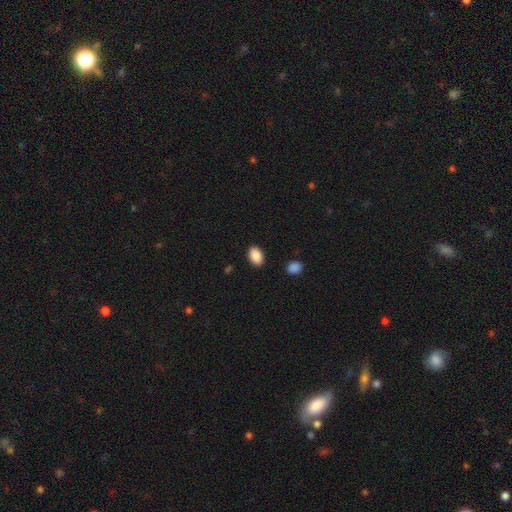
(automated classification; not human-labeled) Overall: smooth (89%). How rounded: in between (88%). Merging: none (88%).